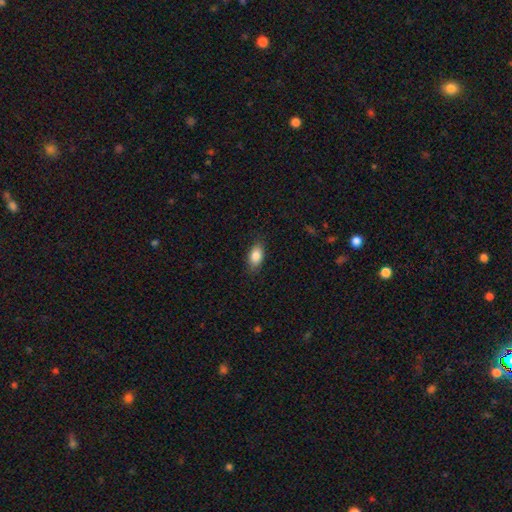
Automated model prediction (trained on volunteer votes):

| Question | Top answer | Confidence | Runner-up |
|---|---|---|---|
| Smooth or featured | smooth | 86% | star or artifact (7%) |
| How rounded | in between | 90% | round (6%) |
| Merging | none | 85% | minor disturbance (12%) |